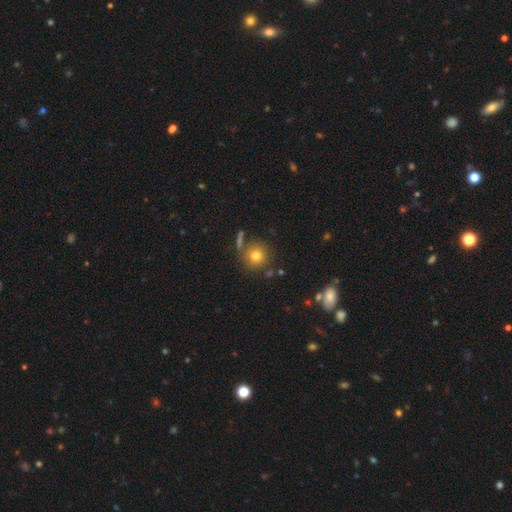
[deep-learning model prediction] A smooth galaxy with no disk features (77%) that is round (92%). Merging: none (75%).